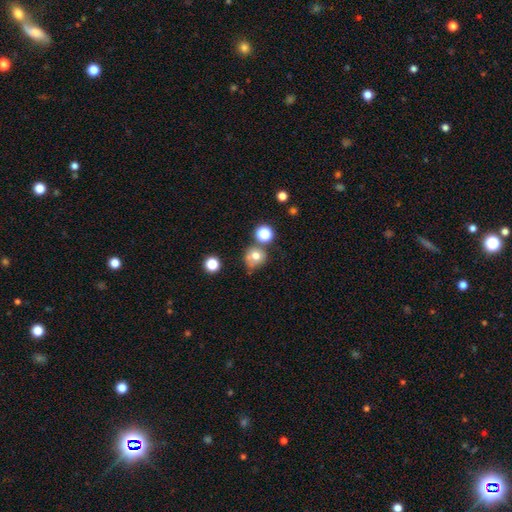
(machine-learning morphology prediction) Smooth or featured: smooth — 71% (star or artifact — 15%)
How rounded: round — 81% (in between — 19%)
Merging: none — 53% (minor disturbance — 20%)